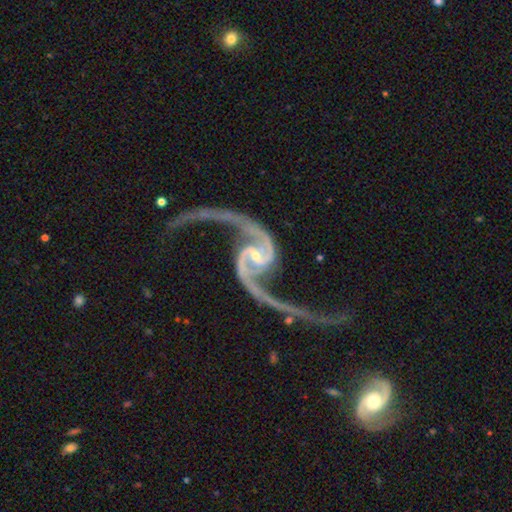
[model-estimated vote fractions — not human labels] The model was most divided on "bar": weak: 39%, no: 36%, strong: 25%. More confident: spiral arms — yes (98%); edge-on disk — no (98%); smooth or featured — featured or disk (94%); spiral arm count — 2 (94%); spiral winding — loose (74%); bulge size — small (73%); merging — none (54%).